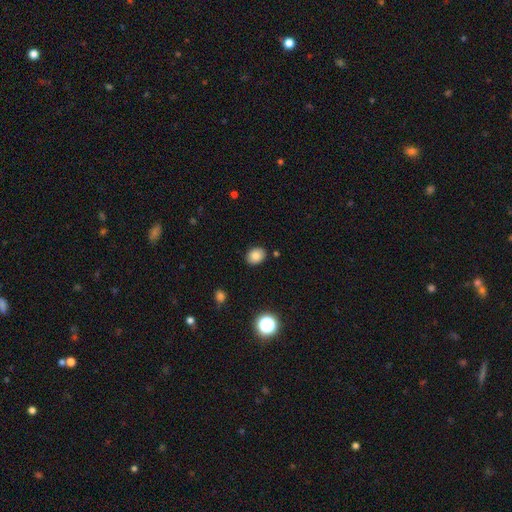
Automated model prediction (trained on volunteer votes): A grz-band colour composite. It shows a smooth galaxy with no disk features (83%) that is in between round and cigar-shaped (57%). Merging: none (86%).